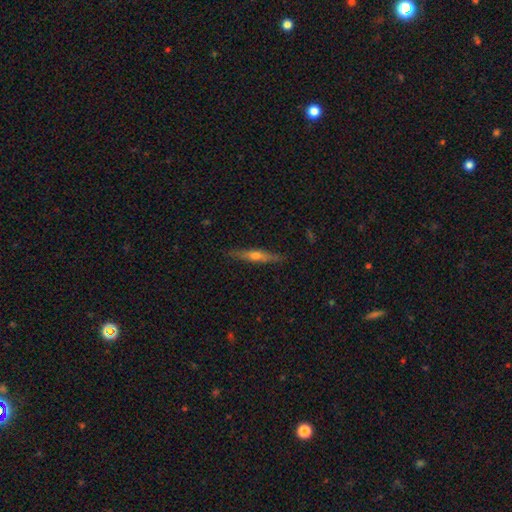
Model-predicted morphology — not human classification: A featured or disk galaxy (63%) viewed edge-on (95%) with a rounded central bulge (88%).

Vote fractions:
- Smooth or featured? featured or disk: 63% / smooth: 31% / star or artifact: 7%
- Edge-on disk? yes: 95% / no: 5%
- Edge-on bulge? rounded: 88% / none: 8% / boxy: 4%
- Merging? none: 88% / minor disturbance: 9% / major disturbance: 2% / merger: 1%